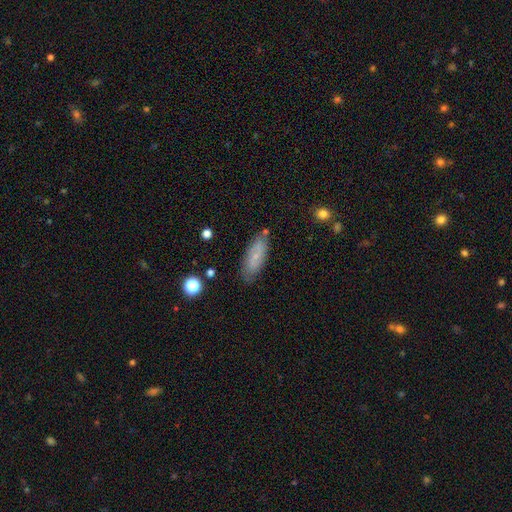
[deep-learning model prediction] smooth-or-featured: smooth: 56% | featured or disk: 36% | star or artifact: 8%
  how-rounded: in between: 69% | cigar-shaped: 28% | round: 3%
  merging: none: 77% | minor disturbance: 17% | major disturbance: 4% | merger: 3%